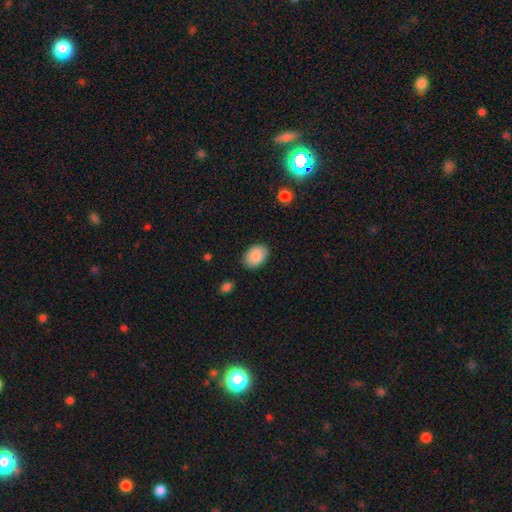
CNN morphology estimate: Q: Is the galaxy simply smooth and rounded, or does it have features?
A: smooth — 89%.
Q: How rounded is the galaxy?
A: in between — 85%.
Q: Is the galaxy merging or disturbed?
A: none — 86%.